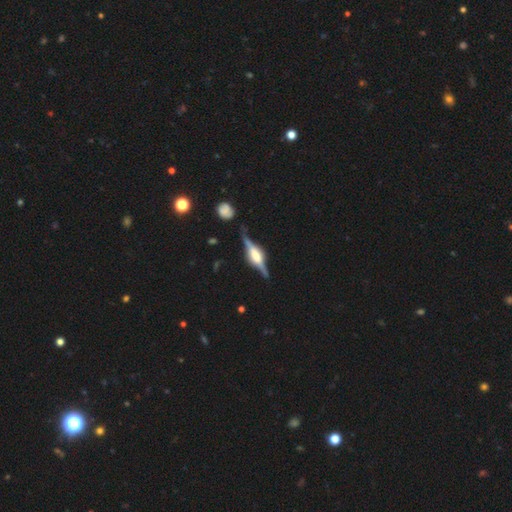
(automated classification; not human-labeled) Smooth or featured?
  - featured or disk: 85% *
  - smooth: 9%
  - star or artifact: 5%
Edge-on disk?
  - yes: 97% *
  - no: 3%
Edge-on bulge?
  - rounded: 65% *
  - boxy: 33%
  - none: 2%
Merging?
  - none: 81% *
  - minor disturbance: 12%
  - major disturbance: 4%
  - merger: 2%